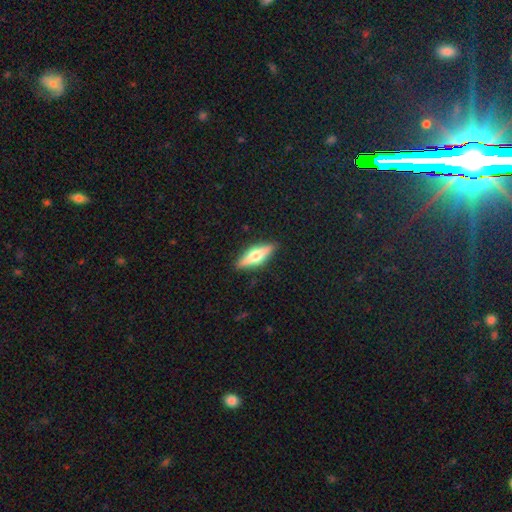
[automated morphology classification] The model was most divided on "smooth or featured": featured or disk: 51%, smooth: 43%, star or artifact: 6%. More confident: edge-on disk — yes (92%); merging — none (88%).